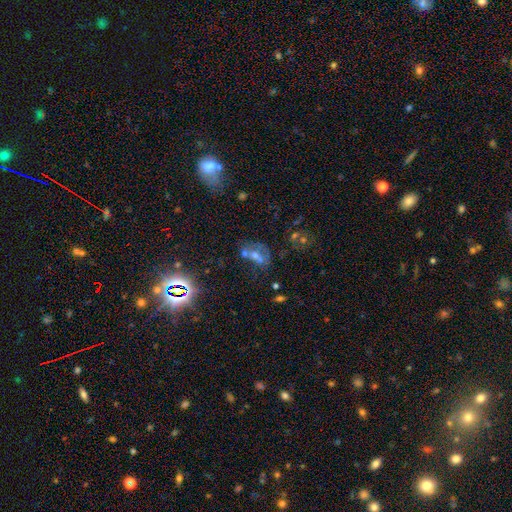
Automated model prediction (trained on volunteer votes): A smooth galaxy with no disk features (41%). Merging: merger (45%).